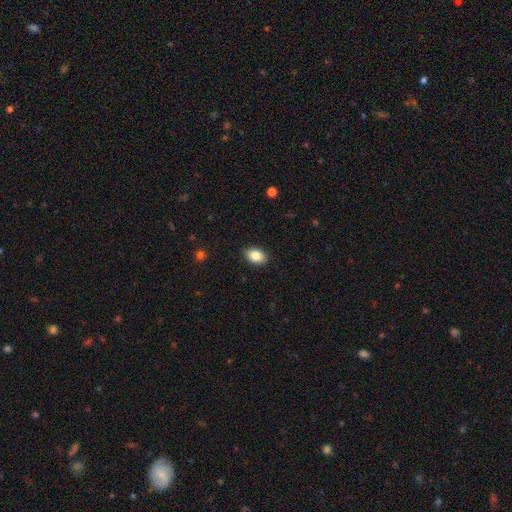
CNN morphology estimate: Overall: smooth (86%). How rounded: in between (86%). Merging: none (89%).